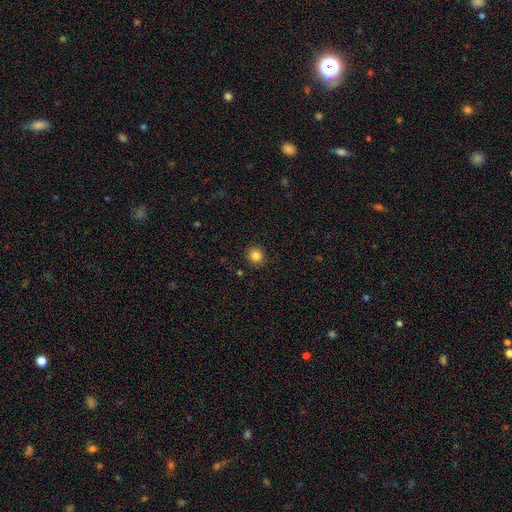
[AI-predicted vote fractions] This is clearly a smooth galaxy (84%). How rounded: clearly round (92%). Merging: clearly none (91%).